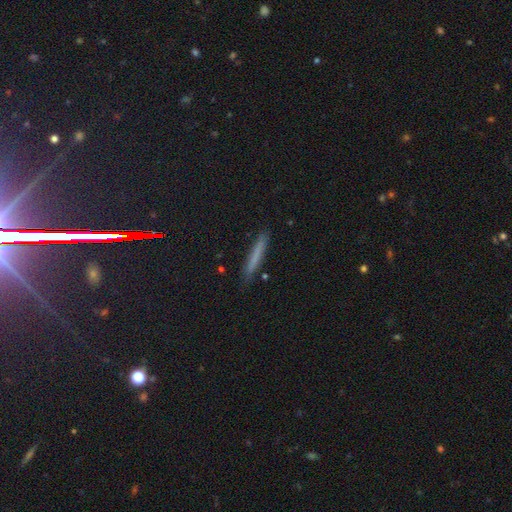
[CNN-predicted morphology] This is likely a smooth galaxy (69%). How rounded: clearly cigar-shaped (96%). Merging: clearly none (88%).